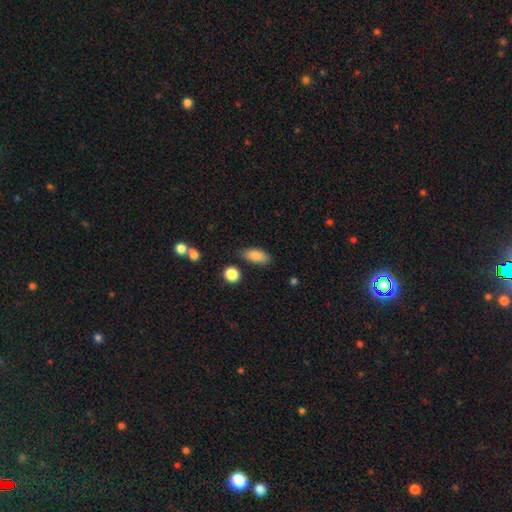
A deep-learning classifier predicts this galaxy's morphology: A smooth galaxy with no disk features (85%) that is in between round and cigar-shaped (85%).

Vote fractions:
- Smooth or featured? smooth: 85% / star or artifact: 8% / featured or disk: 8%
- How rounded? in between: 85% / cigar-shaped: 11% / round: 4%
- Merging? none: 80% / minor disturbance: 14% / merger: 3% / major disturbance: 3%